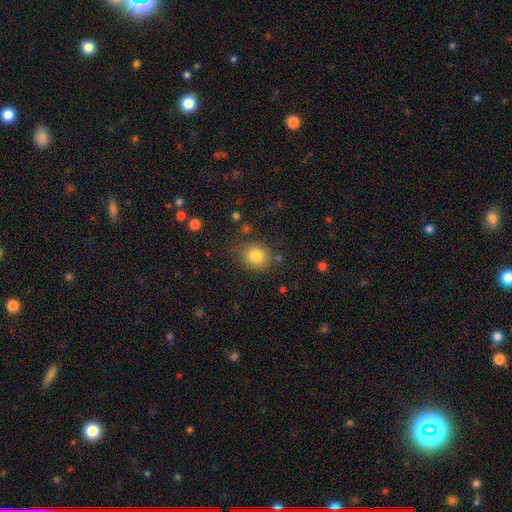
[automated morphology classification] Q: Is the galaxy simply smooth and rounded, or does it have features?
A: smooth — 82%.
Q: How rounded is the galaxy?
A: round — 73%.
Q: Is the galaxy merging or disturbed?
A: none — 79%.